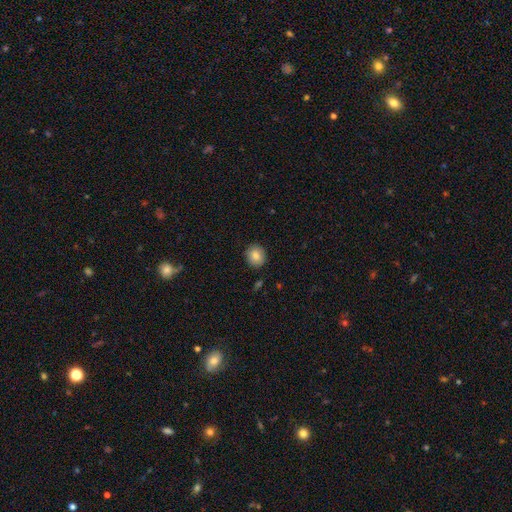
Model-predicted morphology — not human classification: Q: Smooth or featured?
A: smooth (83%); runner-up: star or artifact (8%)
Q: How rounded?
A: round (79%); runner-up: in between (20%)
Q: Merging?
A: none (88%); runner-up: minor disturbance (8%)